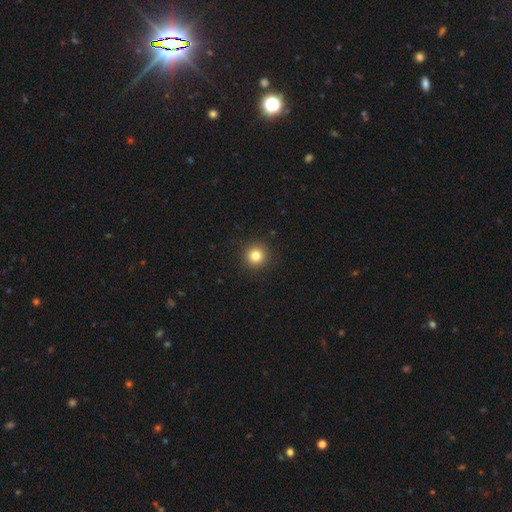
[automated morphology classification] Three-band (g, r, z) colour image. It shows a smooth galaxy with no disk features (82%) that is round (95%). Merging: none (93%).